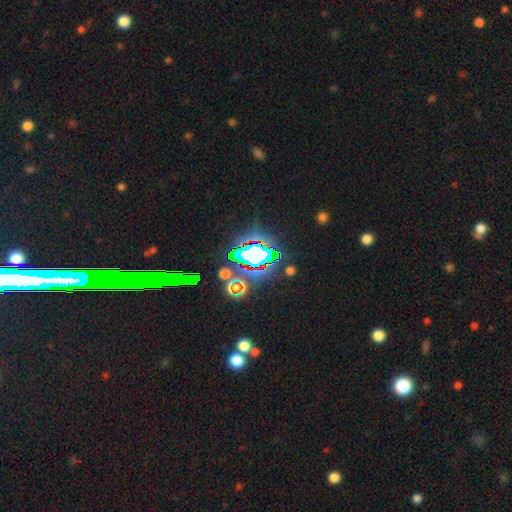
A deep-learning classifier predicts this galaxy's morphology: type=star or artifact (67%).